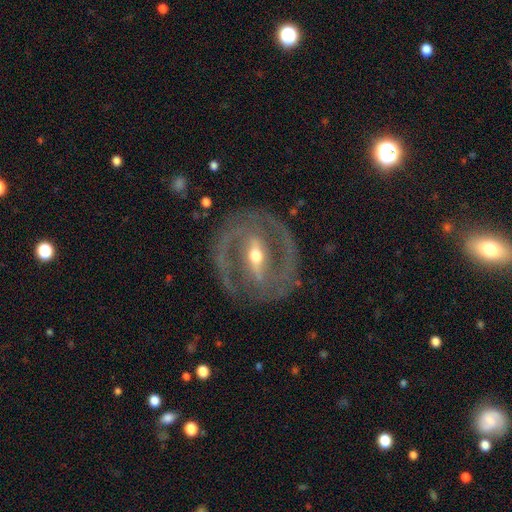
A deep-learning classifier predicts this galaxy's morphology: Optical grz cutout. It shows a featured or disk galaxy (88%) with a strong bar (66%), 2 (87%) medium (45%) spiral arms (87%) and a moderate central bulge (62%). Merging: none (81%).